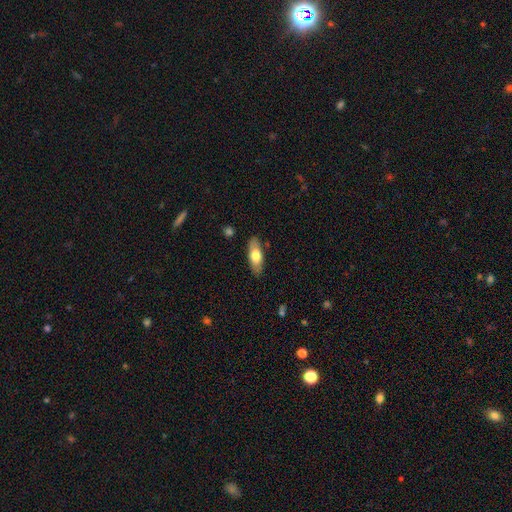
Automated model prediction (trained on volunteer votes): This is likely a smooth galaxy (69%). How rounded: likely in between (74%). Merging: clearly none (85%).